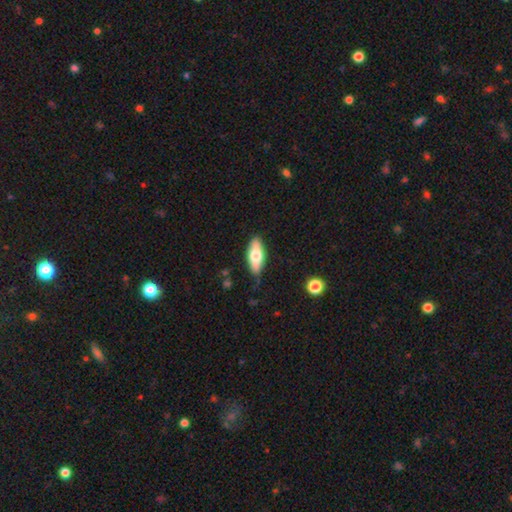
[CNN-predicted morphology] smooth-or-featured: smooth: 65% | featured or disk: 29% | star or artifact: 6%
  how-rounded: in between: 73% | cigar-shaped: 24% | round: 3%
  merging: none: 83% | minor disturbance: 13% | major disturbance: 3% | merger: 2%